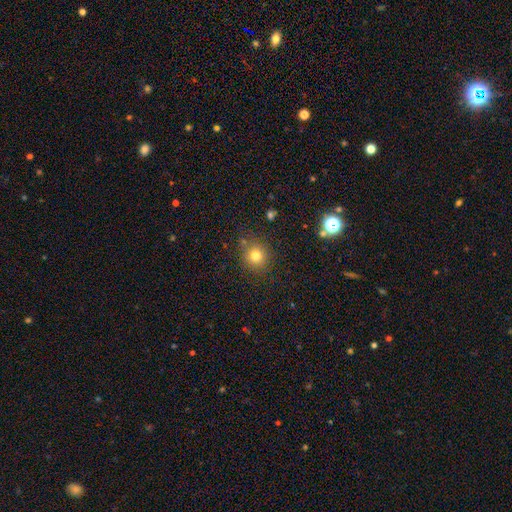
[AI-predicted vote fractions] smooth-or-featured: smooth: 78% | star or artifact: 15% | featured or disk: 7%
  how-rounded: round: 90% | in between: 9% | cigar-shaped: 1%
  merging: none: 83% | minor disturbance: 10% | merger: 4% | major disturbance: 3%